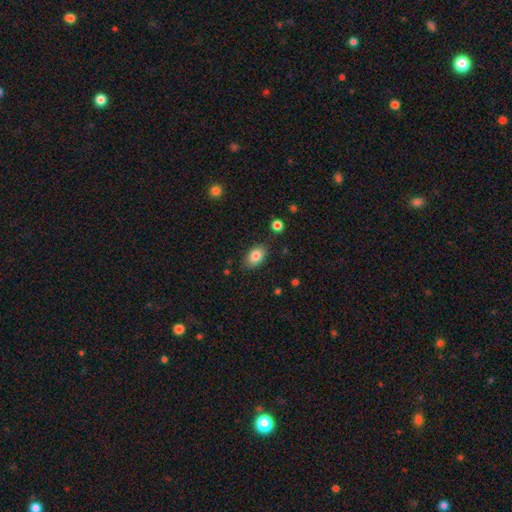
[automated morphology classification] type=smooth (84%); roundness=in between (88%); merging=none (83%).